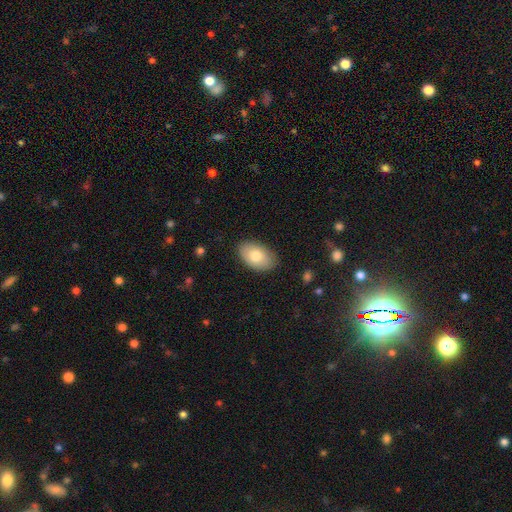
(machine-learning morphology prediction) A smooth galaxy with no disk features (78%) that is in between round and cigar-shaped (92%).

Vote fractions:
- Smooth or featured? smooth: 78% / featured or disk: 15% / star or artifact: 7%
- How rounded? in between: 92% / round: 7% / cigar-shaped: 1%
- Merging? none: 85% / minor disturbance: 12% / major disturbance: 2% / merger: 1%